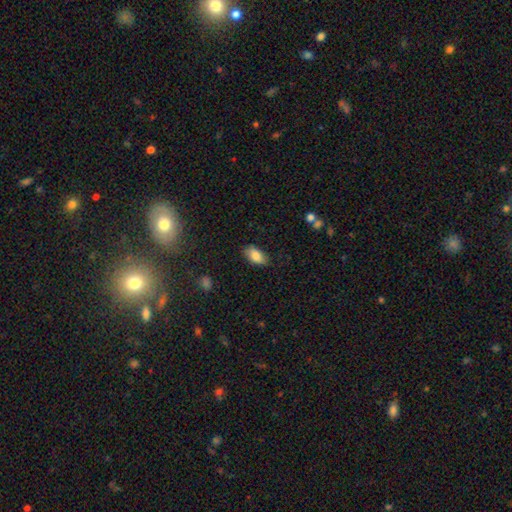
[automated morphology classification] The model was most divided on "merging": none: 80%, minor disturbance: 15%, major disturbance: 3%, merger: 1%. More confident: how rounded — in between (92%); smooth or featured — smooth (84%).